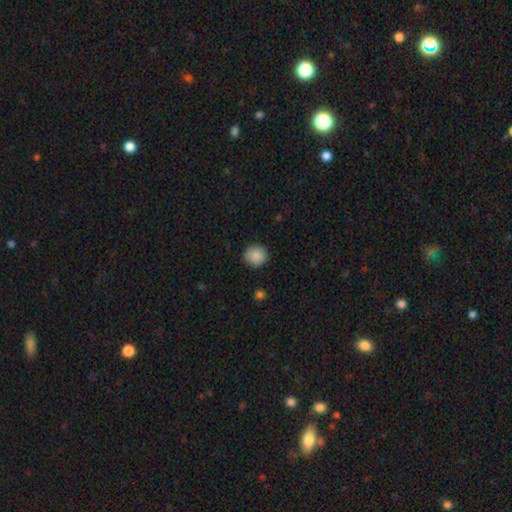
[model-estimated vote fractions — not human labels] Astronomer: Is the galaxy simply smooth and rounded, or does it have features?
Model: smooth — 88%.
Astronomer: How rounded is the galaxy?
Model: round — 86%.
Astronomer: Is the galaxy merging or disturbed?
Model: none — 89%.